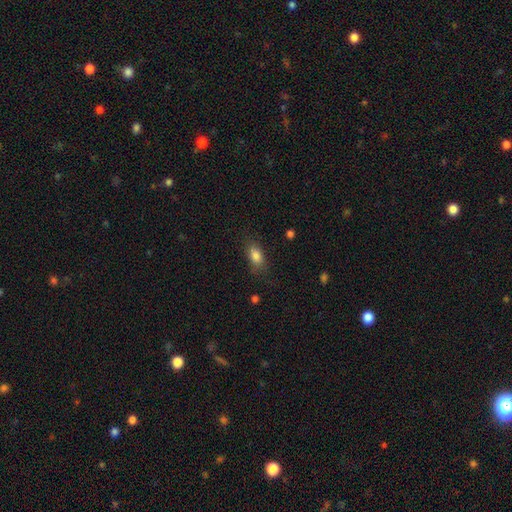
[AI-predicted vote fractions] smooth 82%, star or artifact 9%, featured or disk 8%. Down the decision tree: how rounded — in between (84%); merging — none (77%).